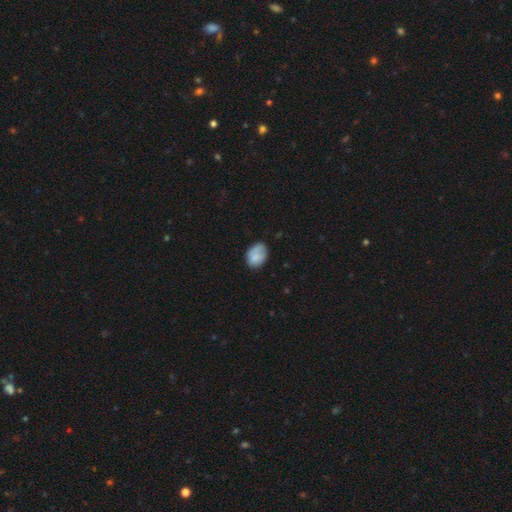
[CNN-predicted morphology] Smooth or featured?
  - smooth: 75% *
  - featured or disk: 17%
  - star or artifact: 8%
How rounded?
  - in between: 74% *
  - round: 25%
  - cigar-shaped: 1%
Merging?
  - none: 58% *
  - minor disturbance: 30%
  - major disturbance: 9%
  - merger: 3%